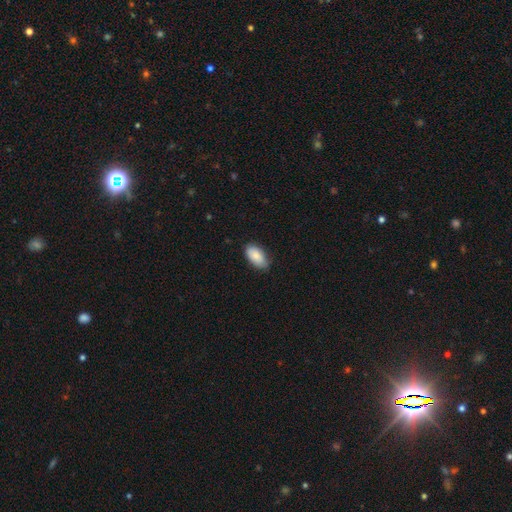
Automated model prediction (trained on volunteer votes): Smooth or featured: smooth — 86% (featured or disk — 8%)
How rounded: in between — 94% (cigar-shaped — 3%)
Merging: none — 78% (minor disturbance — 19%)